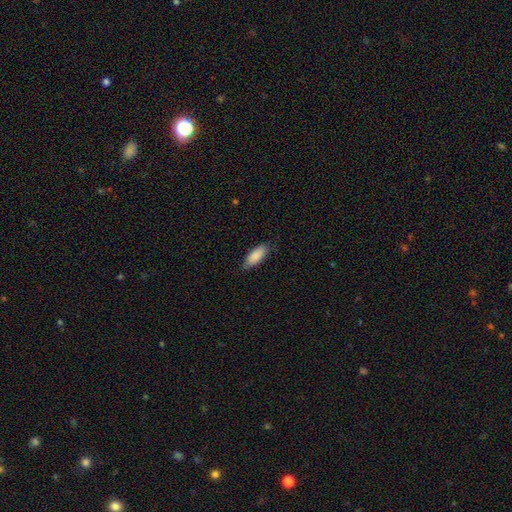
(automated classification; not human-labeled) smooth-or-featured: smooth: 89% | star or artifact: 6% | featured or disk: 5%
  how-rounded: in between: 79% | cigar-shaped: 20% | round: 2%
  merging: none: 81% | minor disturbance: 16% | major disturbance: 2% | merger: 1%